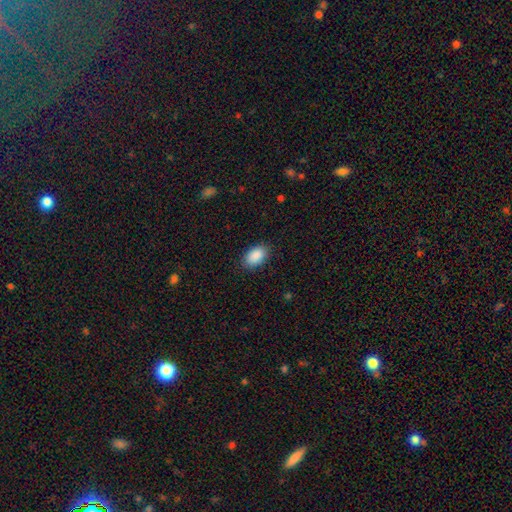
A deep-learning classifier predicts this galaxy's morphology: smooth_or_featured: smooth (p=0.90) [alt: star or artifact p=0.07]
how_rounded: in between (p=0.93) [alt: round p=0.06]
merging: none (p=0.87) [alt: minor disturbance p=0.10]